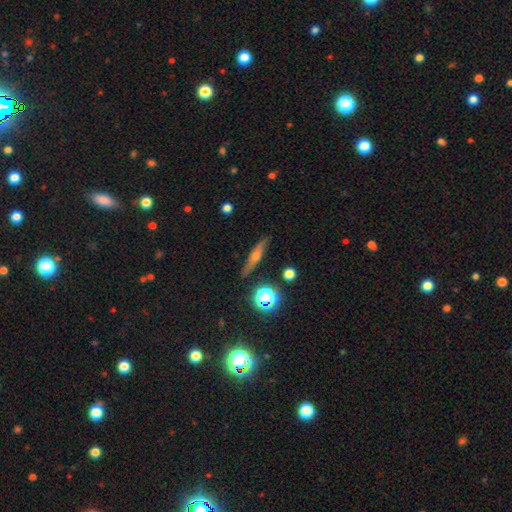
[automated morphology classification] Smooth or featured?
  - featured or disk: 49% *
  - smooth: 39%
  - star or artifact: 12%
Merging?
  - none: 86% *
  - minor disturbance: 10%
  - major disturbance: 2%
  - merger: 2%